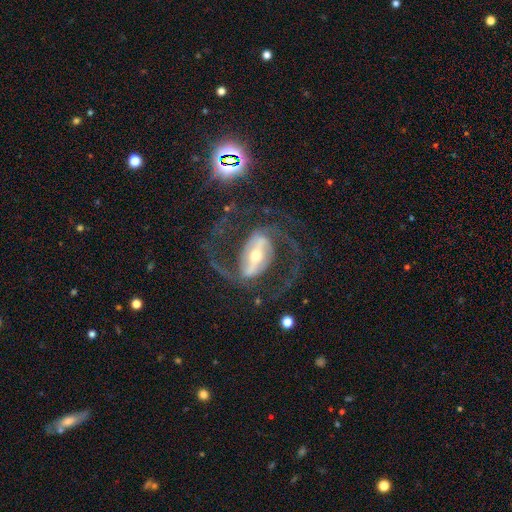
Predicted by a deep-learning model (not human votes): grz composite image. It shows a featured or disk galaxy (90%) with a strong bar (70%), 2 (91%) medium (56%) spiral arms (96%) and a moderate central bulge (50%). Merging: none (71%).